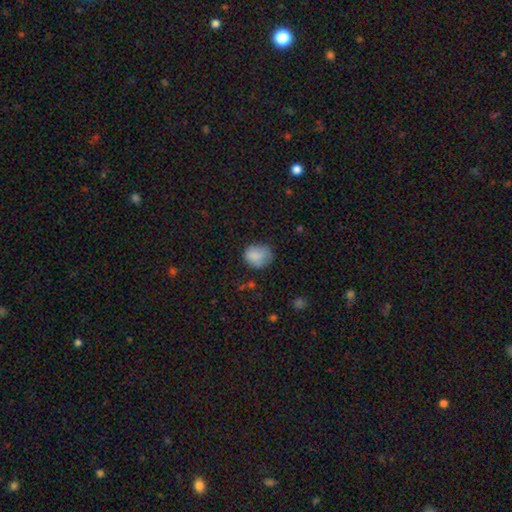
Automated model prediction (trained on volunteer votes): Smooth or featured: smooth — 83% (star or artifact — 9%)
How rounded: round — 60% (in between — 39%)
Merging: none — 60% (minor disturbance — 29%)